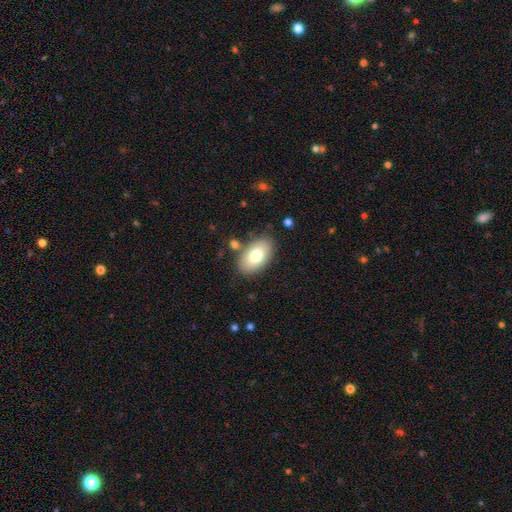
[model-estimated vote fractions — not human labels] Smooth or featured? Predicted: smooth (p=0.74). How rounded? Predicted: in between (p=0.94). Merging? Predicted: none (p=0.80).